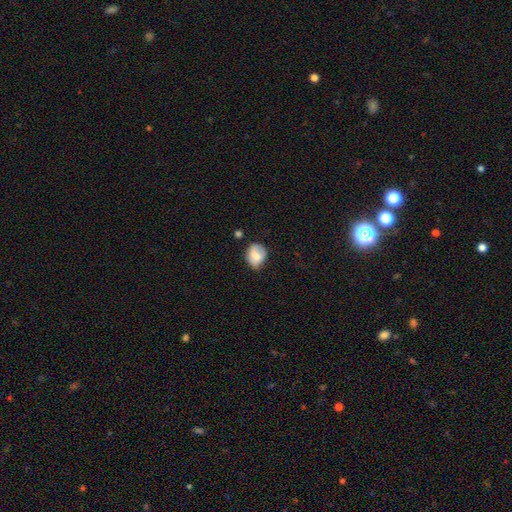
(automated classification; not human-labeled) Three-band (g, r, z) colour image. It shows a smooth galaxy with no disk features (73%) that is round (51%). Merging: none (58%).